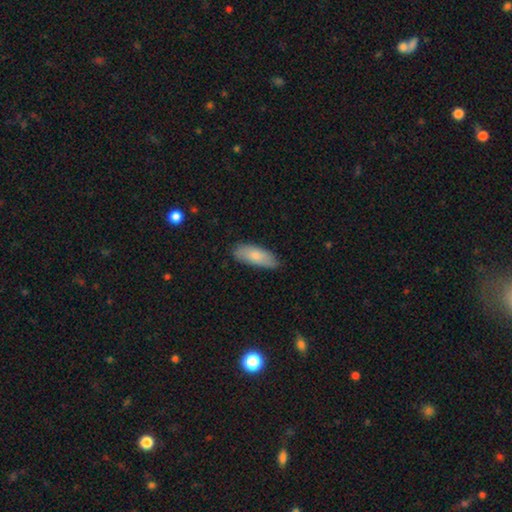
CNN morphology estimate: smooth_or_featured: smooth (p=0.80) [alt: featured or disk p=0.14]
how_rounded: in between (p=0.74) [alt: cigar-shaped p=0.24]
merging: none (p=0.79) [alt: minor disturbance p=0.17]